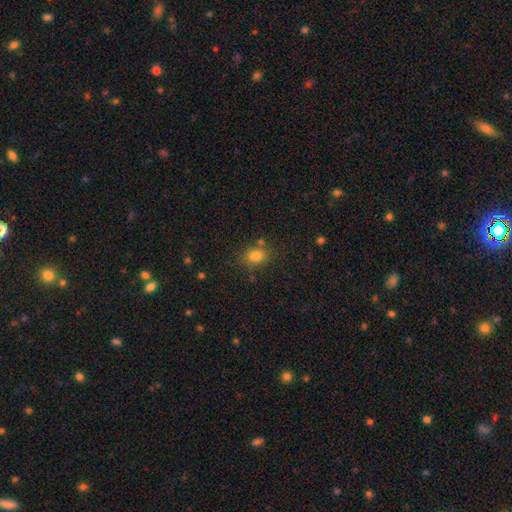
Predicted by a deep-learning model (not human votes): Overall: smooth (80%). How rounded: round (52%; in between 47%). Merging: none (73%).